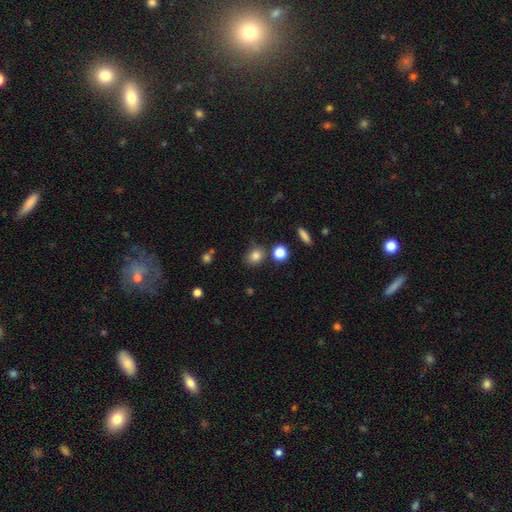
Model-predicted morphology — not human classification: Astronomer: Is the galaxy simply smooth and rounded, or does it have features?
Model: smooth — 83%.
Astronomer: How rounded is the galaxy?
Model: round — 72%.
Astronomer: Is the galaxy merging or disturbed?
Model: none — 76%.